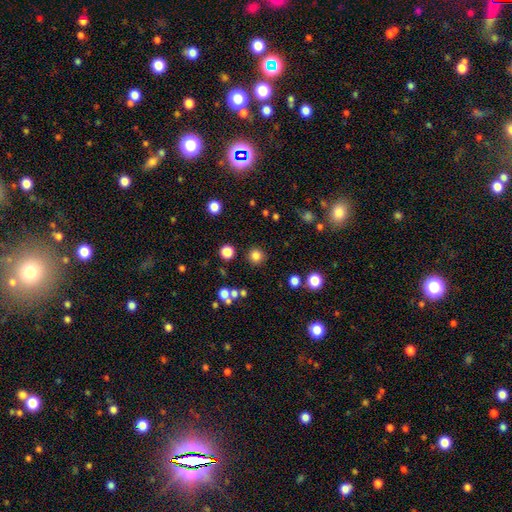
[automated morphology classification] This is clearly a smooth galaxy (82%). How rounded: clearly round (94%). Merging: clearly none (90%).